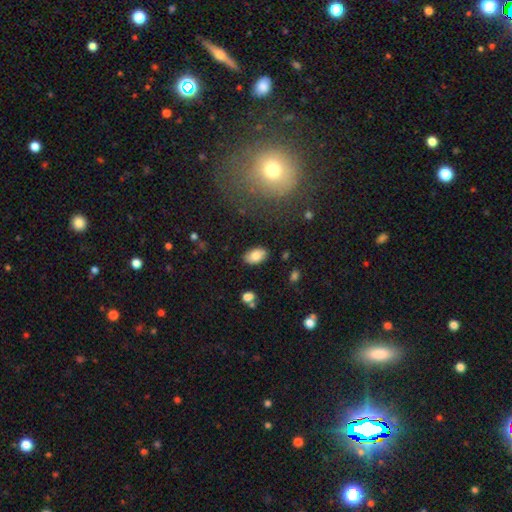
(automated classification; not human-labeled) Morphology: type=smooth (83%); roundness=in between (92%); merging=none (86%).